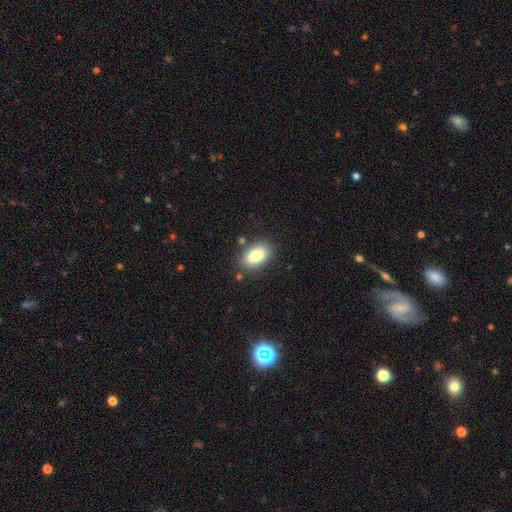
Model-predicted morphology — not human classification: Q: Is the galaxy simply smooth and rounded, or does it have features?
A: smooth — 82%.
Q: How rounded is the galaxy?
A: in between — 90%.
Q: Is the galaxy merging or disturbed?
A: none — 82%.